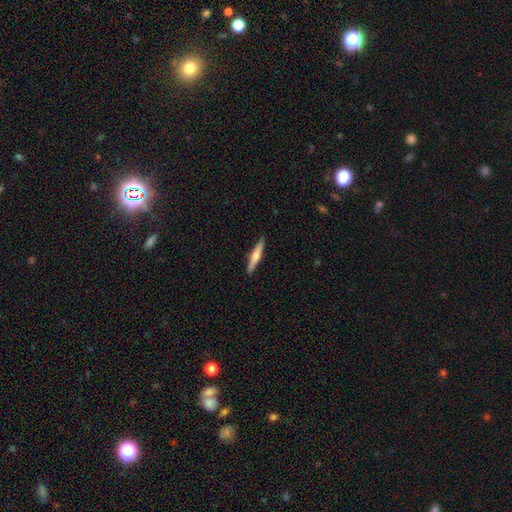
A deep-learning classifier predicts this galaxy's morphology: Overall: smooth (51%; featured or disk 43%). How rounded: cigar-shaped (91%). Merging: none (90%).